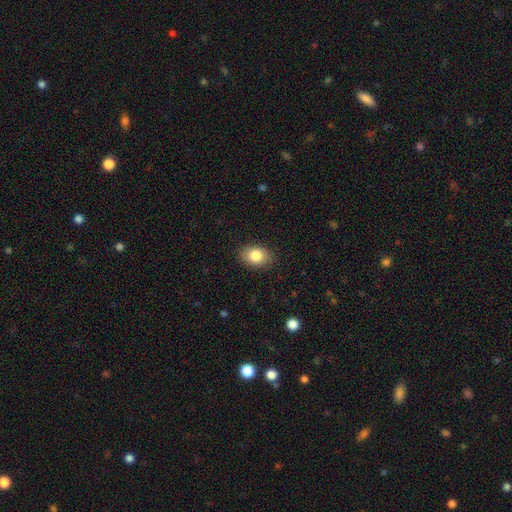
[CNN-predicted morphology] Smooth or featured? smooth (84%)
How rounded? in between (72%)
Merging? none (88%)